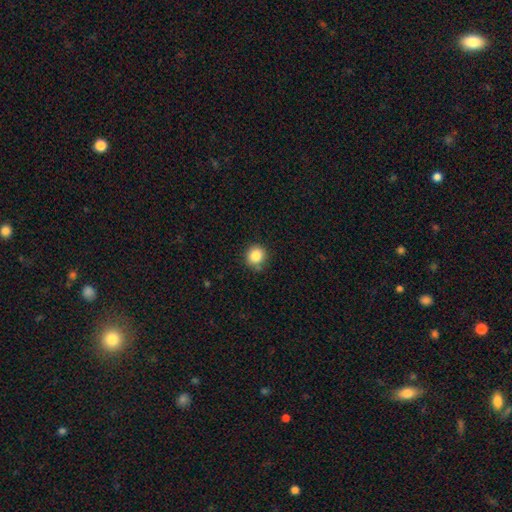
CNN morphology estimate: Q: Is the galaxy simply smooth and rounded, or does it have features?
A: smooth — 85%.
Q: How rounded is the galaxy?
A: round — 88%.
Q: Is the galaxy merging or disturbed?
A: none — 81%.